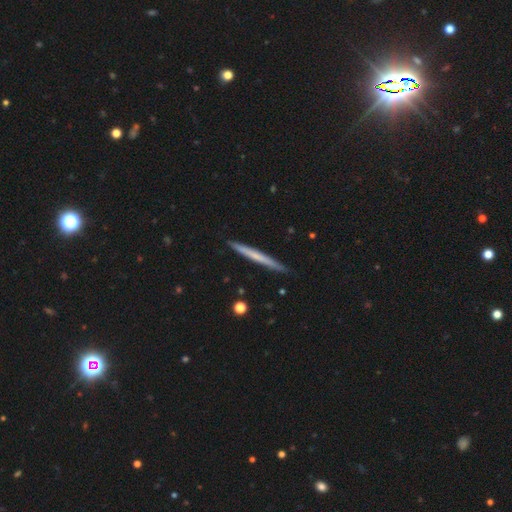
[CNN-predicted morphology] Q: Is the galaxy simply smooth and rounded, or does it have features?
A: smooth — 51%.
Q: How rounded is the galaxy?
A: cigar-shaped — 97%.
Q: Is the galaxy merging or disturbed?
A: none — 91%.